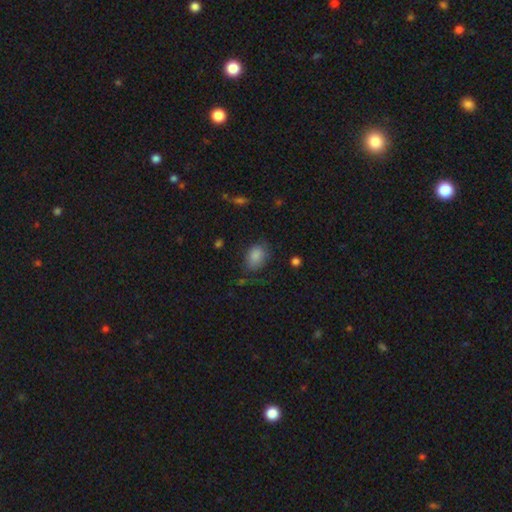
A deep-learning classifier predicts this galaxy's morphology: This appears to be a smooth galaxy with no disk features (85%) that is in between round and cigar-shaped (76%). Merging: none (66%).